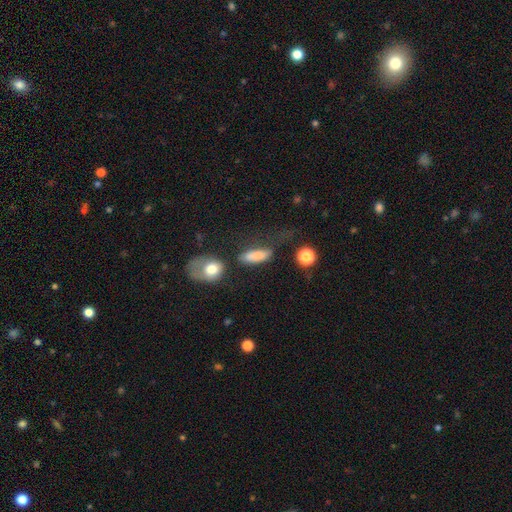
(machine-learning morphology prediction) smooth 82%, featured or disk 10%, star or artifact 8%. Down the decision tree: how rounded — in between (54%); merging — none (51%).